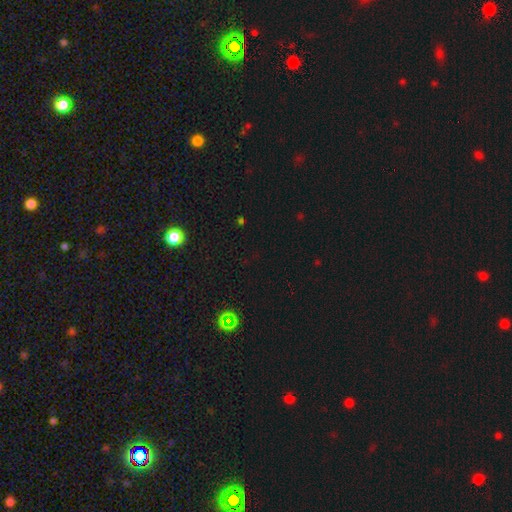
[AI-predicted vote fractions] A star or artifact, not a galaxy (71%).